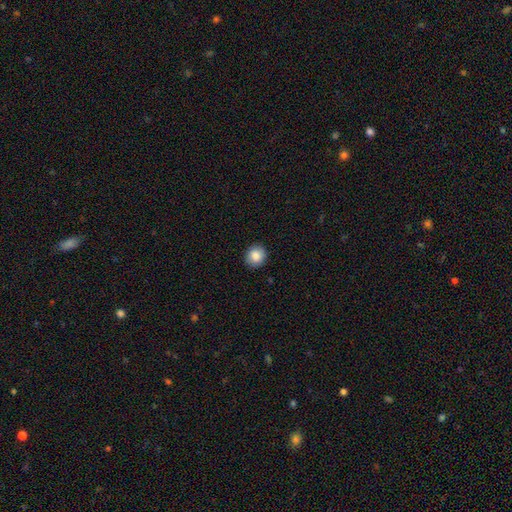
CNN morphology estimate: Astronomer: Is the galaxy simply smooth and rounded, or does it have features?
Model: smooth — 86%.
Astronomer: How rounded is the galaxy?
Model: round — 83%.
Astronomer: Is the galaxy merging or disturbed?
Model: none — 91%.